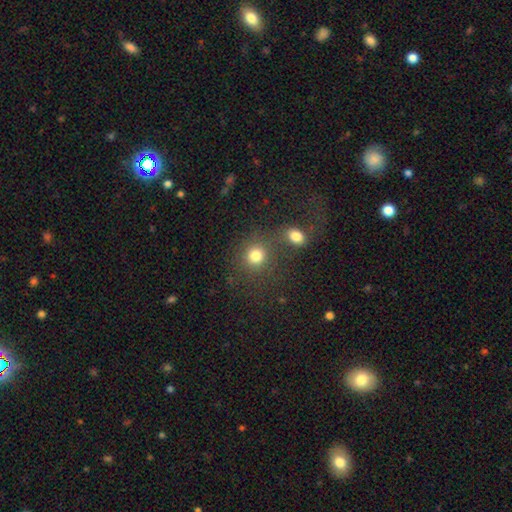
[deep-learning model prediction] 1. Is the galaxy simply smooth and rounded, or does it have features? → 80% smooth, 13% star or artifact, 7% featured or disk.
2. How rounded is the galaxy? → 86% round, 13% in between, 1% cigar-shaped.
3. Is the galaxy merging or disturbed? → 62% none, 24% merger, 8% minor disturbance, 5% major disturbance.